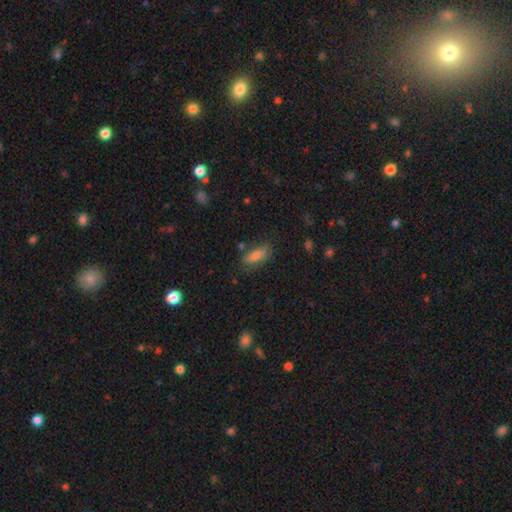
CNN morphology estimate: Smooth or featured?
  - smooth: 74% *
  - featured or disk: 16%
  - star or artifact: 10%
How rounded?
  - in between: 73% *
  - cigar-shaped: 24%
  - round: 3%
Merging?
  - none: 71% *
  - minor disturbance: 19%
  - major disturbance: 6%
  - merger: 4%